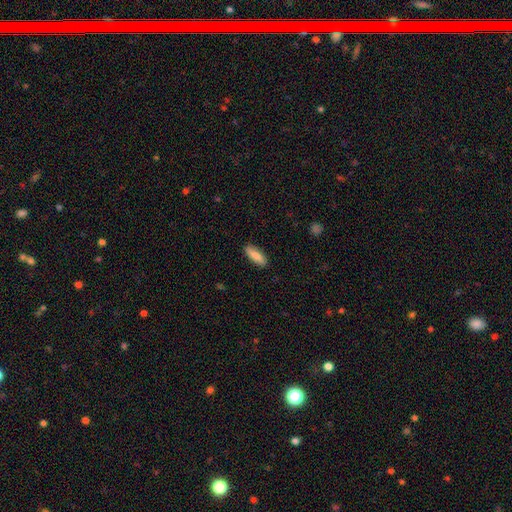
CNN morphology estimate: smooth 81%, featured or disk 13%, star or artifact 6%. Down the decision tree: how rounded — in between (58%); merging — none (87%).